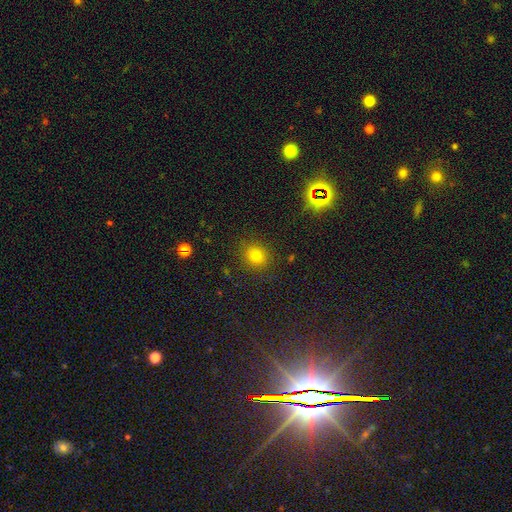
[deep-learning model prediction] Smooth or featured? smooth (76%)
How rounded? round (82%)
Merging? none (88%)